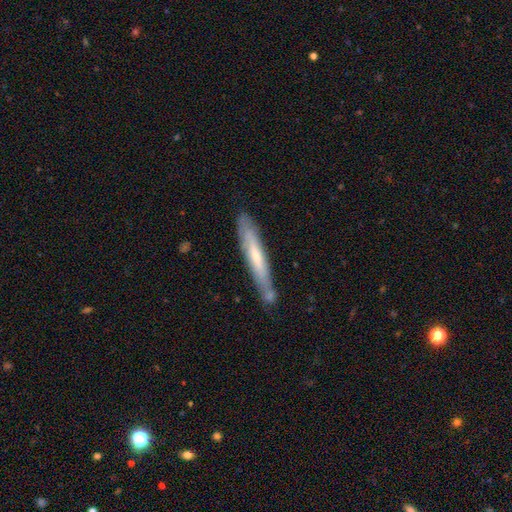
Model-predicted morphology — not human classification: Smooth or featured?
  - featured or disk: 49% *
  - smooth: 45%
  - star or artifact: 6%
Merging?
  - none: 71% *
  - minor disturbance: 18%
  - merger: 7%
  - major disturbance: 4%